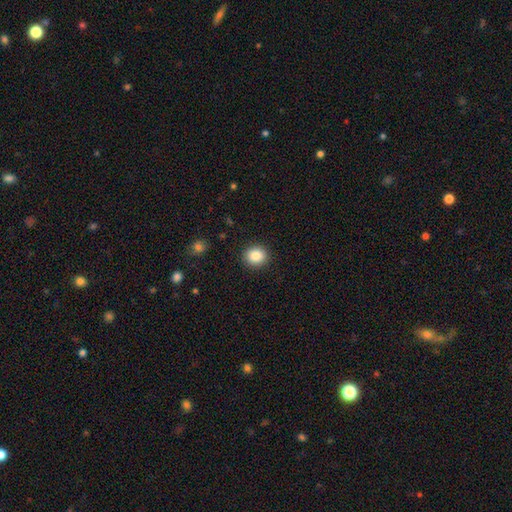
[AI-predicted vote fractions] This is clearly a smooth galaxy (87%). How rounded: clearly round (84%). Merging: clearly none (91%).